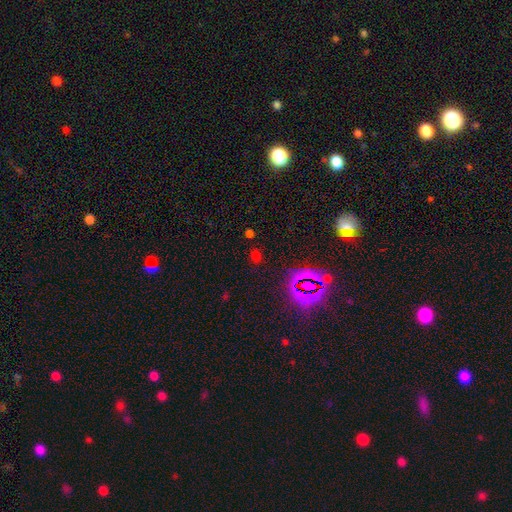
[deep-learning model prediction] Overall: star or artifact (50%; smooth 44%).